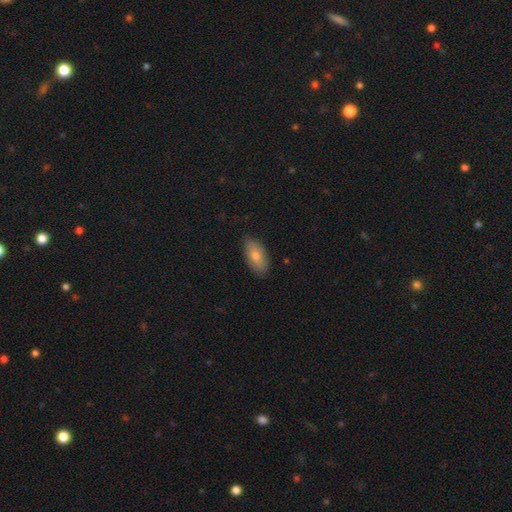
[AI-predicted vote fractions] Overall: smooth (77%). How rounded: in between (91%). Merging: none (81%).